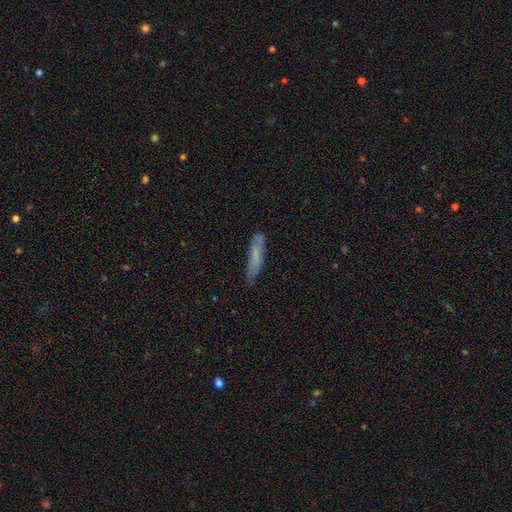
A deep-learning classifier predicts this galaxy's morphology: smooth 60%, featured or disk 32%, star or artifact 8%. Down the decision tree: how rounded — cigar-shaped (82%); merging — none (68%).